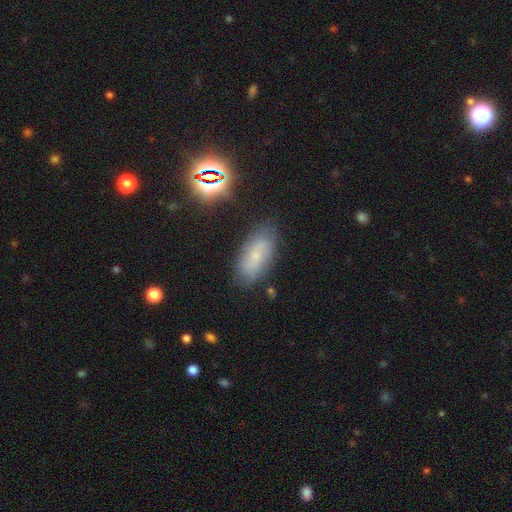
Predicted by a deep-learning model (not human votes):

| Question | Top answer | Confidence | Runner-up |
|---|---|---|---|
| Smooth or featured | smooth | 49% | featured or disk (36%) |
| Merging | none | 78% | minor disturbance (15%) |